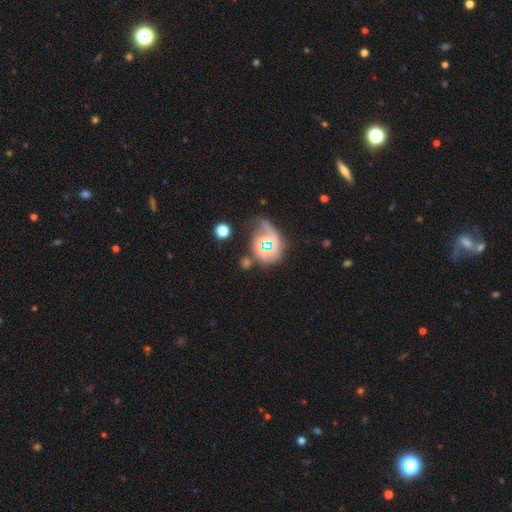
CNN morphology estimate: A featured or disk galaxy (51%).

Vote fractions:
- Smooth or featured? featured or disk: 51% / smooth: 34% / star or artifact: 16%
- Edge-on disk? no: 96% / yes: 4%
- Merging? none: 38% / major disturbance: 27% / minor disturbance: 20% / merger: 14%